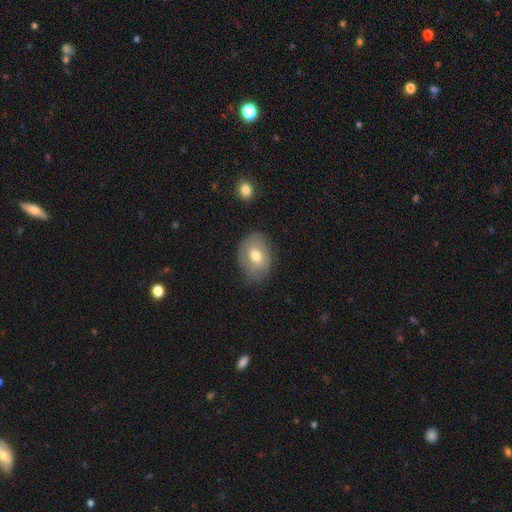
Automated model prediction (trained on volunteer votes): Smooth or featured?
  - featured or disk: 47% *
  - smooth: 45%
  - star or artifact: 8%
Merging?
  - none: 74% *
  - minor disturbance: 20%
  - major disturbance: 5%
  - merger: 1%